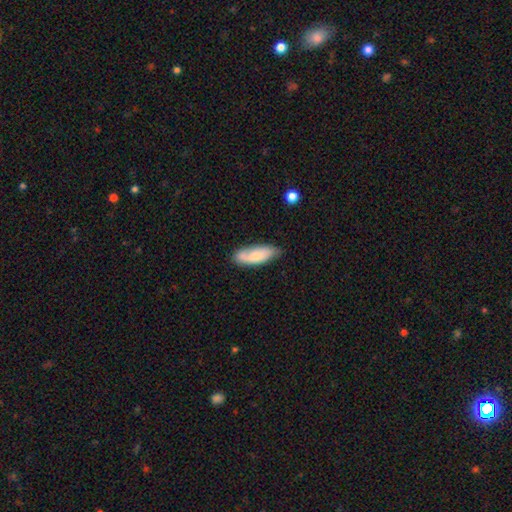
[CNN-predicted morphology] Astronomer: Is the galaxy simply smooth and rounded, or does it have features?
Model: smooth — 71%.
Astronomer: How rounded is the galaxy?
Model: in between — 73%.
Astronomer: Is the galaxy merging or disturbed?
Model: none — 65%.